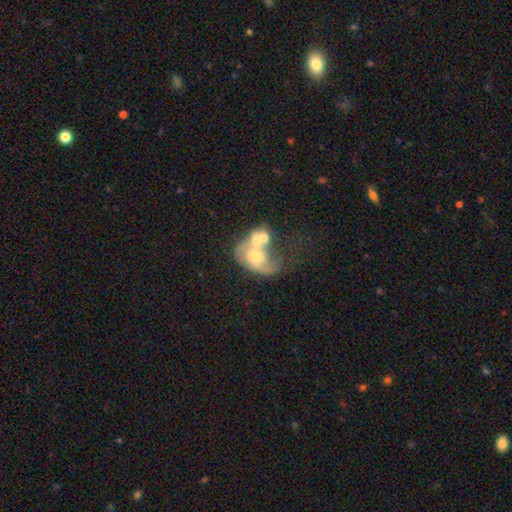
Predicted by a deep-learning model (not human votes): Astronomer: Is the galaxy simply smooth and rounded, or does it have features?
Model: featured or disk — 65%.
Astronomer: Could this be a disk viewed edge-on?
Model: no — 97%.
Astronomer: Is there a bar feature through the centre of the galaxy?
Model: no — 71%.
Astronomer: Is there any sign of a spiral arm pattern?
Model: yes — 64%.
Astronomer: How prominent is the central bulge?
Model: moderate — 54% (runner-up: small, 30%).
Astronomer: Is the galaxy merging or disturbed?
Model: merger — 61%.